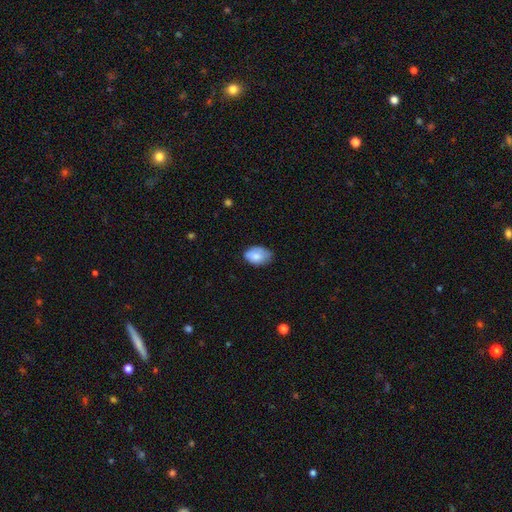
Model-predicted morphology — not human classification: A smooth galaxy with no disk features (79%) that is in between round and cigar-shaped (86%). Merging: none (58%).